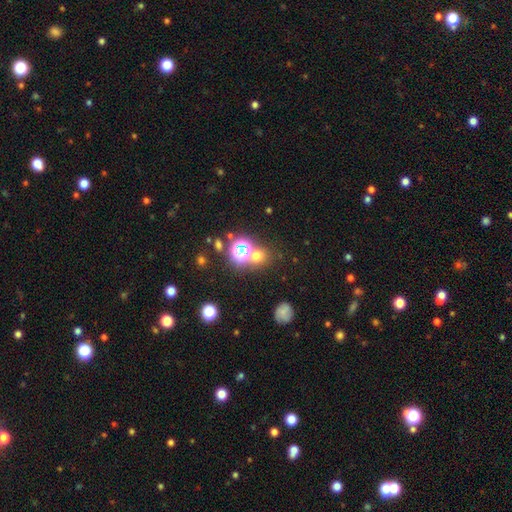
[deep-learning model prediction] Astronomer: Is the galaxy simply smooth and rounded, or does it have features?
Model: smooth — 54% (runner-up: star or artifact, 38%).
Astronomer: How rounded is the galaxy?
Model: round — 78%.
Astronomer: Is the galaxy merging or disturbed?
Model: none — 63%.